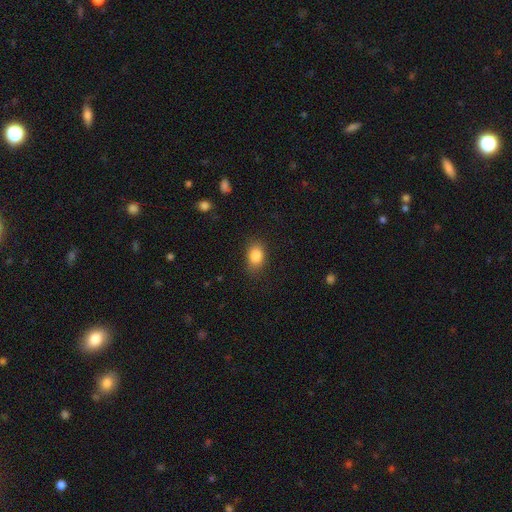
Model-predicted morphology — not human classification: type=smooth (85%); roundness=in between (75%); merging=none (81%).